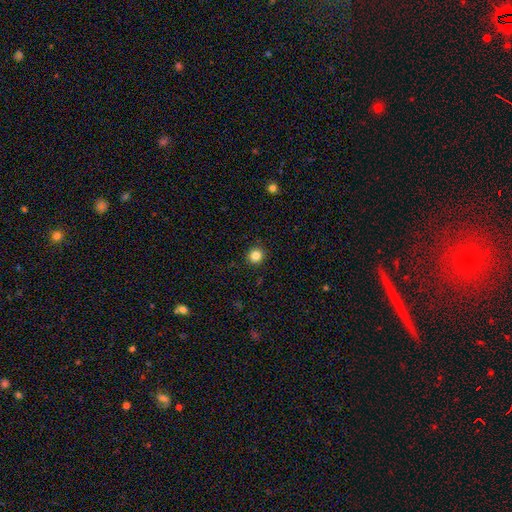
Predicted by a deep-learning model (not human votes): smooth-or-featured: smooth: 84% | star or artifact: 11% | featured or disk: 4%
  how-rounded: round: 94% | in between: 5% | cigar-shaped: 1%
  merging: none: 92% | minor disturbance: 5% | major disturbance: 2% | merger: 1%